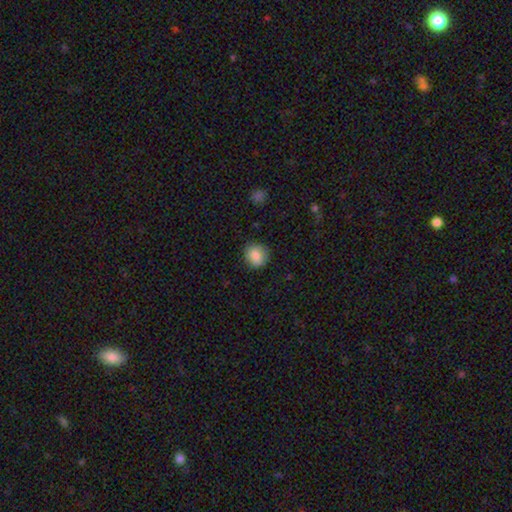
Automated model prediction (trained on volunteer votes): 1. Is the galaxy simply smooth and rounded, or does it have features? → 86% smooth, 8% star or artifact, 5% featured or disk.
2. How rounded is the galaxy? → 83% round, 16% in between, 1% cigar-shaped.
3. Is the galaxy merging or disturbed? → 83% none, 13% minor disturbance, 3% major disturbance, 1% merger.